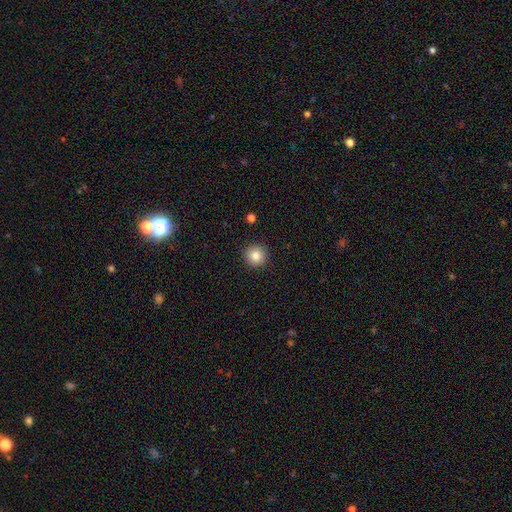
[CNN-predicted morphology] The model was most divided on "smooth or featured": smooth: 83%, star or artifact: 10%, featured or disk: 7%. More confident: how rounded — round (95%); merging — none (93%).